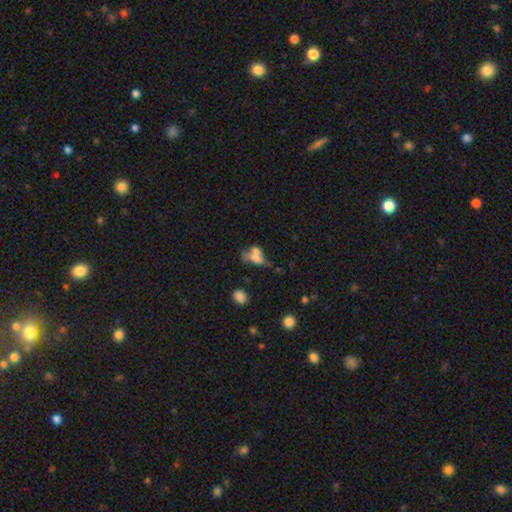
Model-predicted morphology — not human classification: smooth-or-featured: smooth: 56% | featured or disk: 30% | star or artifact: 14%
  how-rounded: in between: 72% | round: 18% | cigar-shaped: 10%
  merging: merger: 52% | none: 23% | major disturbance: 13% | minor disturbance: 12%